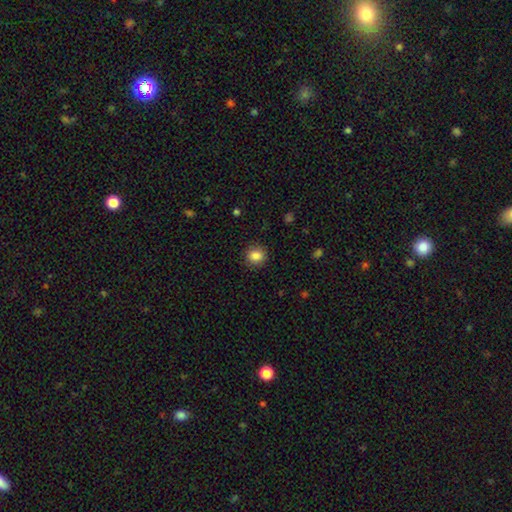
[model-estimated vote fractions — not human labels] This is clearly a smooth galaxy (86%). How rounded: clearly round (82%). Merging: clearly none (89%).